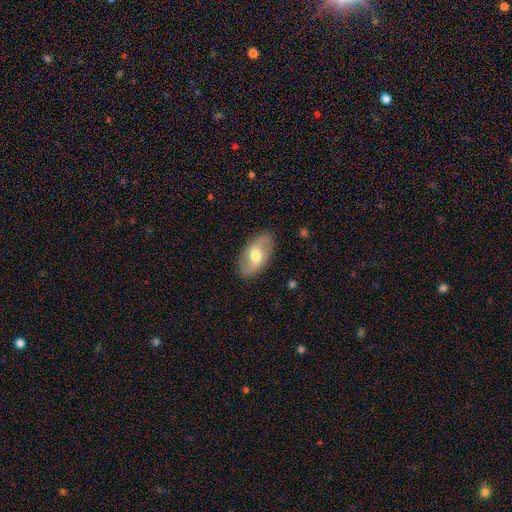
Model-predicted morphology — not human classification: Smooth or featured? Predicted: featured or disk (p=0.48). Merging? Predicted: none (p=0.86).